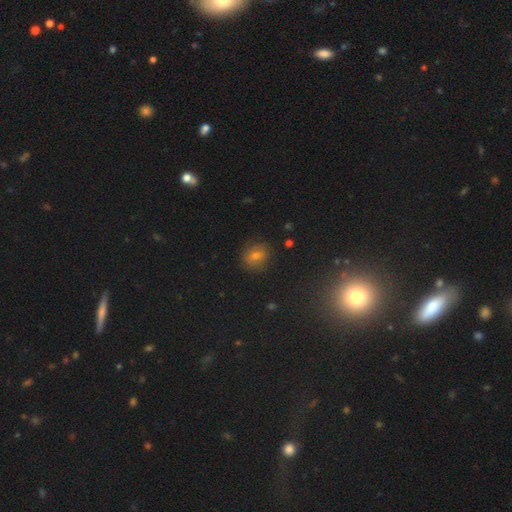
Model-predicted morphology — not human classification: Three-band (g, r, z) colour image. It shows a smooth galaxy with no disk features (58%) that is round (69%). Merging: none (75%).